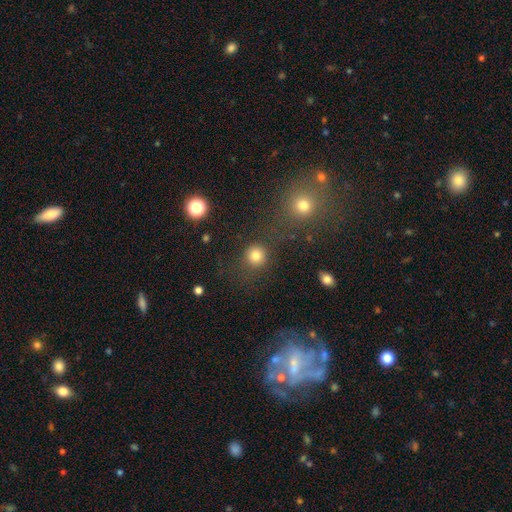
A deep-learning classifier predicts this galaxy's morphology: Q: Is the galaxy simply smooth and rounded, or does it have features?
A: smooth — 81%.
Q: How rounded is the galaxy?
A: round — 91%.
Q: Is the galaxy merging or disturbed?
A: none — 79%.